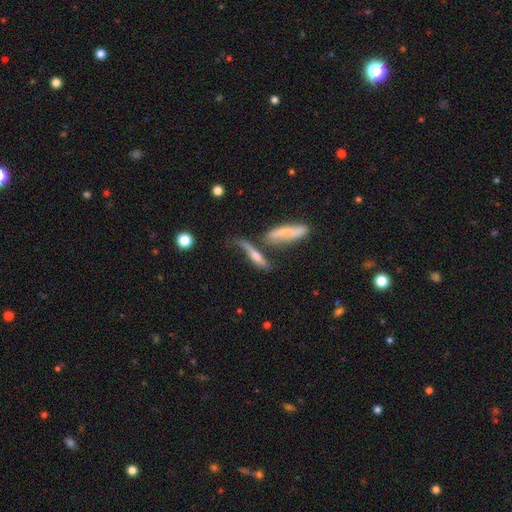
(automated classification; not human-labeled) A featured or disk galaxy (45%, tied with smooth). Merging: merger (37%).